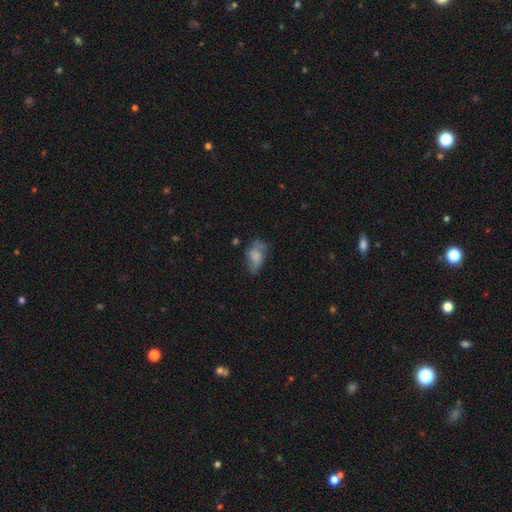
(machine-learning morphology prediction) A smooth galaxy with no disk features (65%) that is in between round and cigar-shaped (89%).

Vote fractions:
- Smooth or featured? smooth: 65% / featured or disk: 26% / star or artifact: 9%
- How rounded? in between: 89% / round: 8% / cigar-shaped: 3%
- Merging? none: 45% / minor disturbance: 32% / major disturbance: 19% / merger: 4%